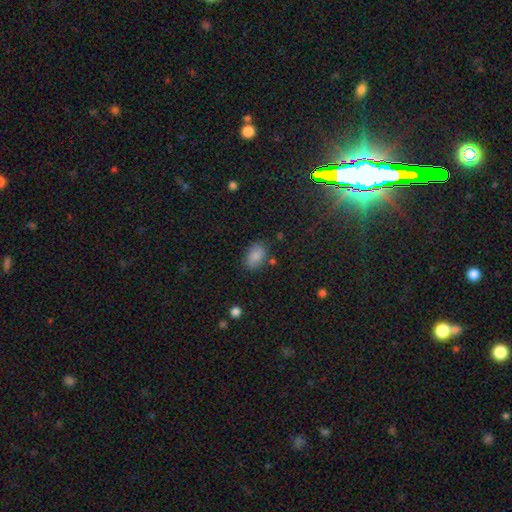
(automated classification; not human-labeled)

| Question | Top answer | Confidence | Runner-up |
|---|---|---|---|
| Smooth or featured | smooth | 86% | star or artifact (9%) |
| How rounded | in between | 89% | round (10%) |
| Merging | none | 76% | minor disturbance (15%) |